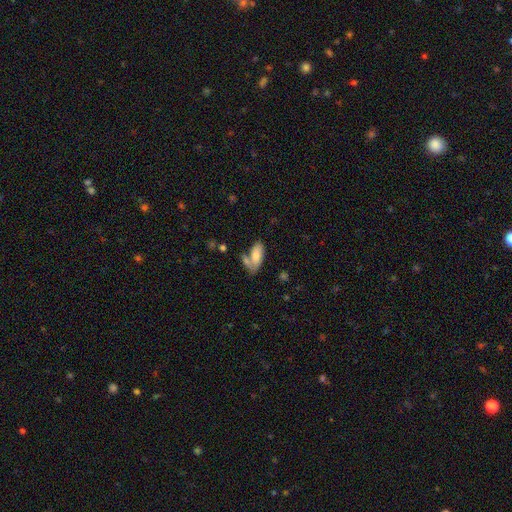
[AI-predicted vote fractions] This appears to be a smooth galaxy with no disk features (79%) that is in between round and cigar-shaped (85%). Merging: none (45%).